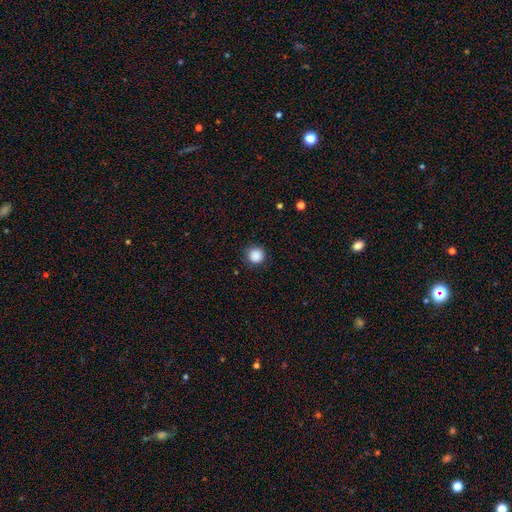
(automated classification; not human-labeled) This is clearly a smooth galaxy (88%). How rounded: clearly round (95%). Merging: clearly none (89%).